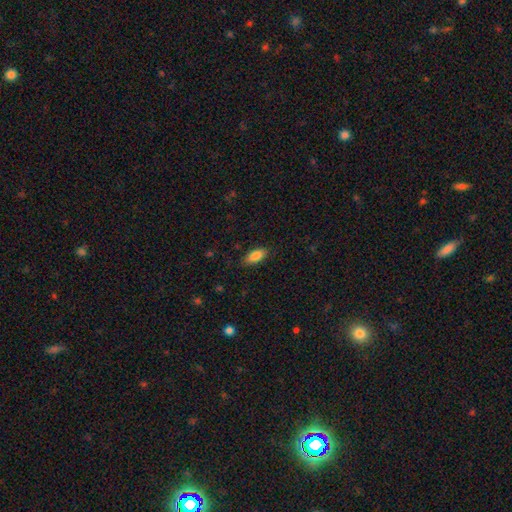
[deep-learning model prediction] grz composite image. It shows a smooth galaxy with no disk features (85%) that is in between round and cigar-shaped (86%). Merging: none (85%).